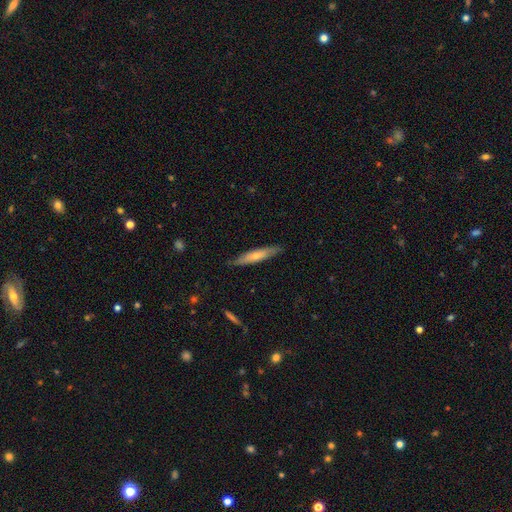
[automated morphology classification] This appears to be a smooth galaxy with no disk features (58%) that is cigar-shaped (87%). Merging: none (83%).